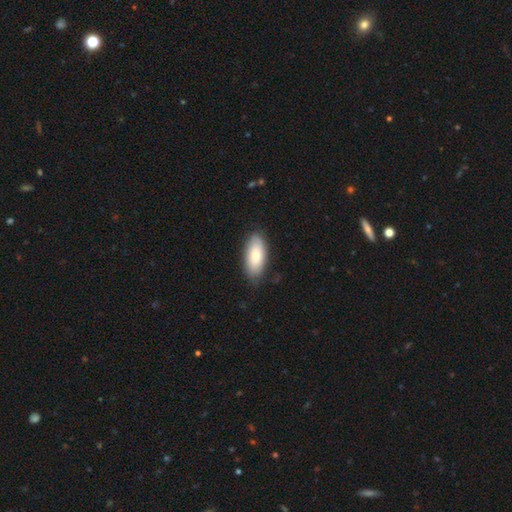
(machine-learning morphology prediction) A smooth galaxy with no disk features (80%) that is in between round and cigar-shaped (89%).

Vote fractions:
- Smooth or featured? smooth: 80% / featured or disk: 14% / star or artifact: 6%
- How rounded? in between: 89% / cigar-shaped: 9% / round: 2%
- Merging? none: 83% / minor disturbance: 13% / major disturbance: 3% / merger: 1%